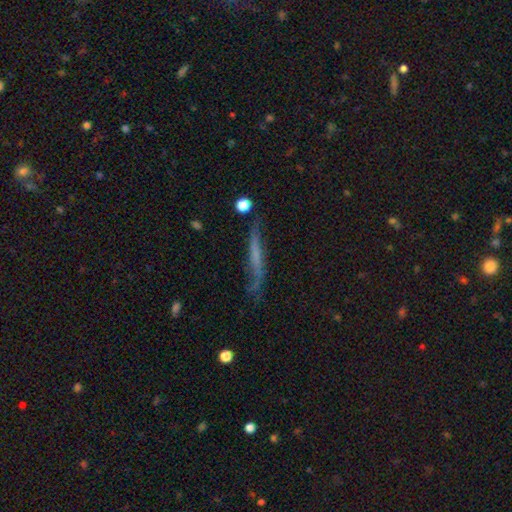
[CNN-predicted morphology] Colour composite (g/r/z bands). It shows a featured or disk galaxy (52%) viewed edge-on (72%). Merging: none (61%).